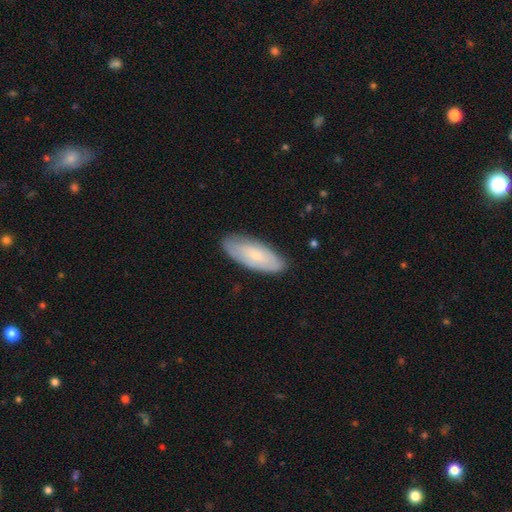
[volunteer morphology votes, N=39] Smooth or featured?
  - smooth: 64% *
  - featured or disk: 33%
  - star or artifact: 3%
How rounded?
  - in between: 92% *
  - cigar-shaped: 8%
  - round: 0%
Merging?
  - none: 95% *
  - minor disturbance: 5%
  - major disturbance: 0%
  - merger: 0%